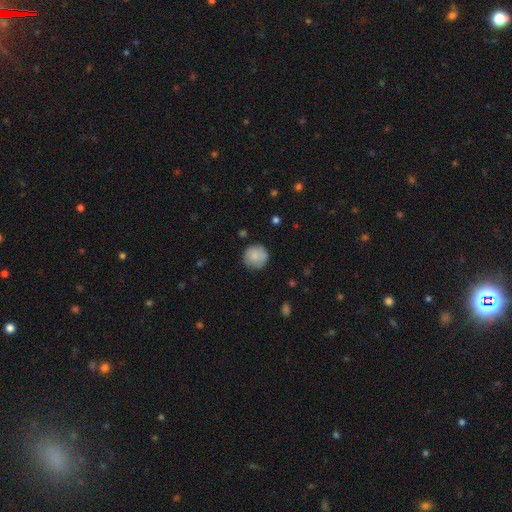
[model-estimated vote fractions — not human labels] The model was most divided on "merging": none: 81%, minor disturbance: 14%, major disturbance: 3%, merger: 2%. More confident: how rounded — round (94%); smooth or featured — smooth (81%).